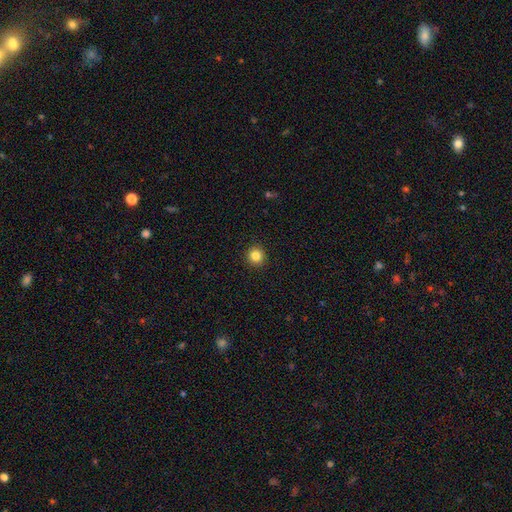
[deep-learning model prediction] Overall: smooth (84%). How rounded: round (94%). Merging: none (93%).